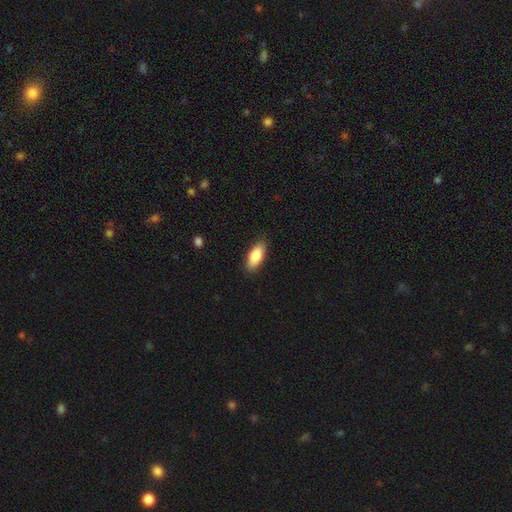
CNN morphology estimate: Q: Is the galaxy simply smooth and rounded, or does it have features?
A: smooth — 85%.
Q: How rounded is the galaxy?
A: in between — 78%.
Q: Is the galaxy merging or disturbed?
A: none — 86%.